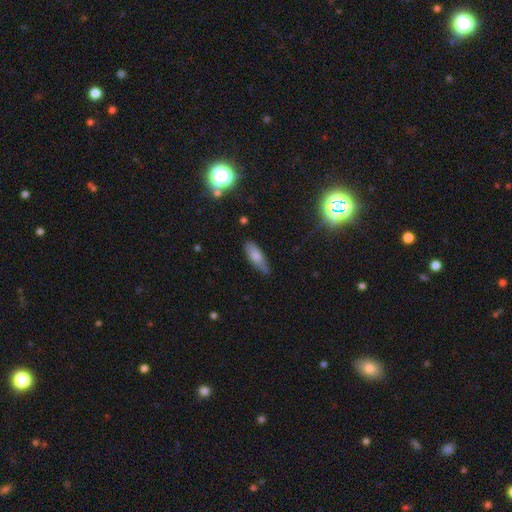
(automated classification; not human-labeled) smooth 75%, featured or disk 17%, star or artifact 8%. Down the decision tree: how rounded — in between (69%); merging — none (67%).